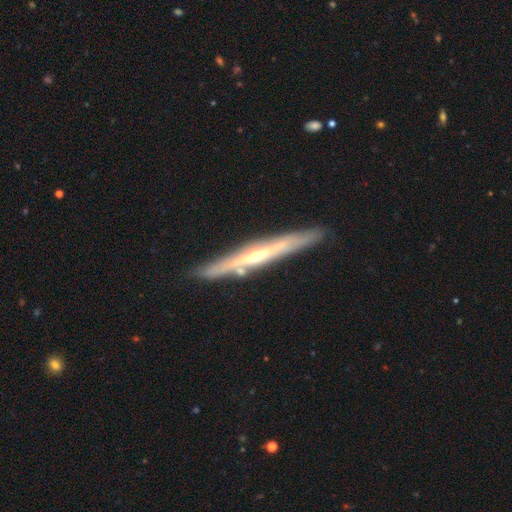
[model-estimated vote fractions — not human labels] Q: Smooth or featured?
A: featured or disk (78%); runner-up: smooth (16%)
Q: Edge-on disk?
A: yes (91%); runner-up: no (9%)
Q: Edge-on bulge?
A: rounded (69%); runner-up: none (26%)
Q: Merging?
A: none (84%); runner-up: minor disturbance (11%)